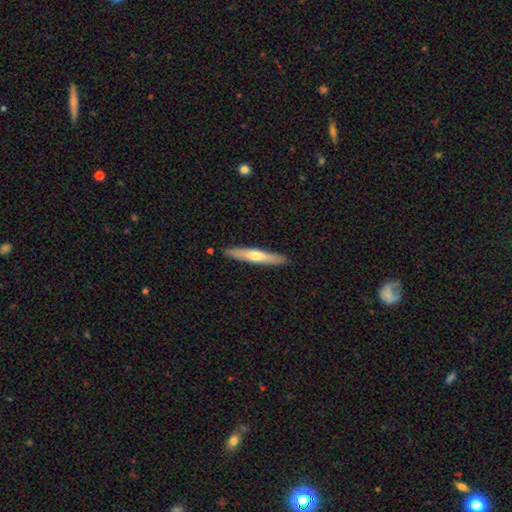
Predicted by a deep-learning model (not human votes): This is possibly a smooth galaxy (51%). How rounded: clearly cigar-shaped (92%). Merging: clearly none (89%).